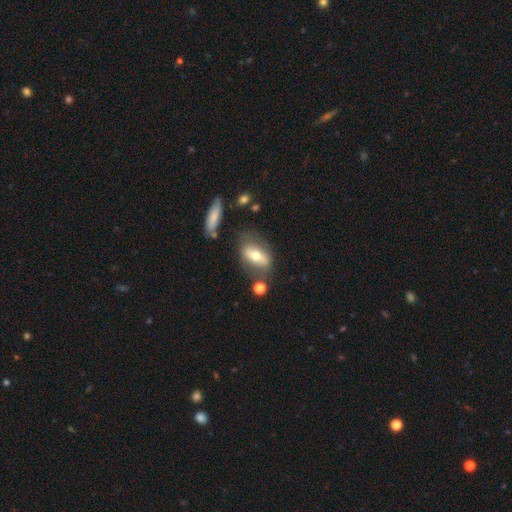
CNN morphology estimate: The model was most divided on "smooth or featured": smooth: 48%, featured or disk: 44%, star or artifact: 8%. More confident: merging — none (63%).